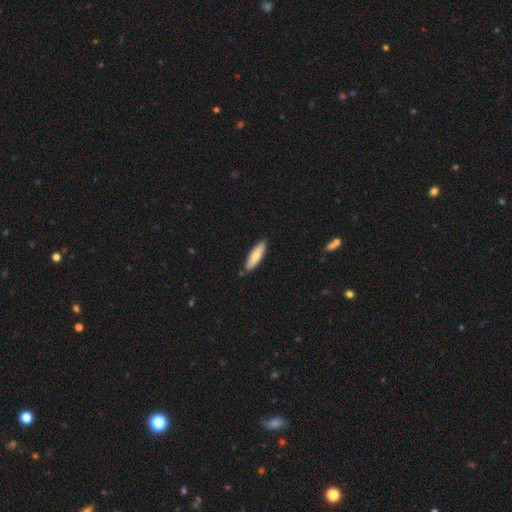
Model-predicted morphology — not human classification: Overall: smooth (78%). How rounded: cigar-shaped (62%; in between 37%). Merging: none (85%).